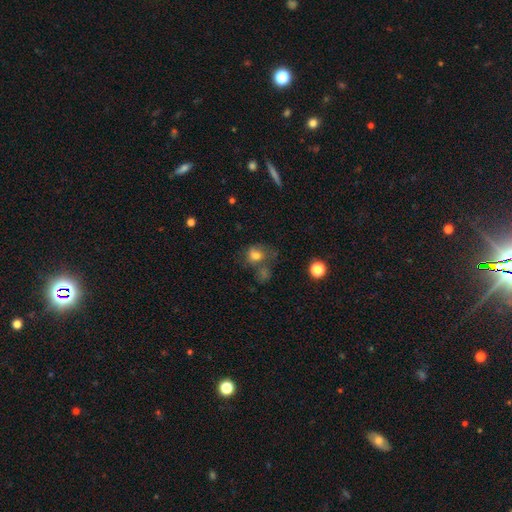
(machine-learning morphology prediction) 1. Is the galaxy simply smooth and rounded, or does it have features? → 68% smooth, 18% featured or disk, 14% star or artifact.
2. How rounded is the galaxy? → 54% round, 45% in between, 1% cigar-shaped.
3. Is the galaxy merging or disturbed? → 31% none, 30% merger, 20% major disturbance, 18% minor disturbance.